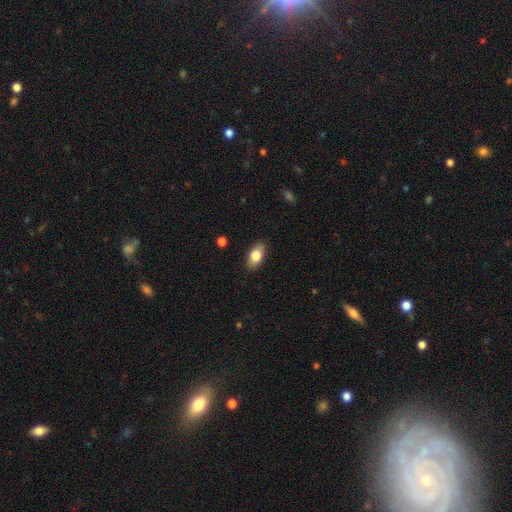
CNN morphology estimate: type=smooth (79%); roundness=in between (89%); merging=none (86%).